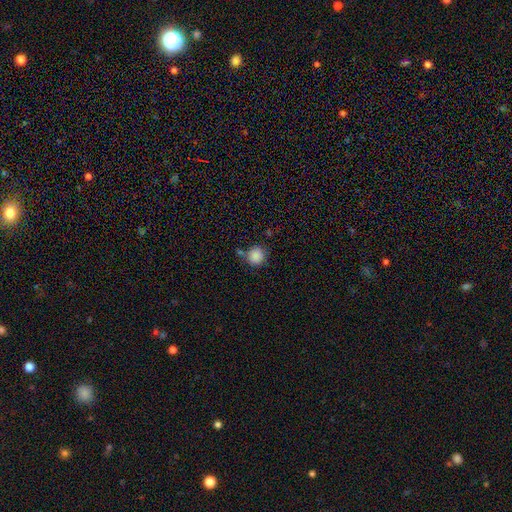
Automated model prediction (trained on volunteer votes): Overall: smooth (87%). How rounded: round (89%). Merging: none (68%).